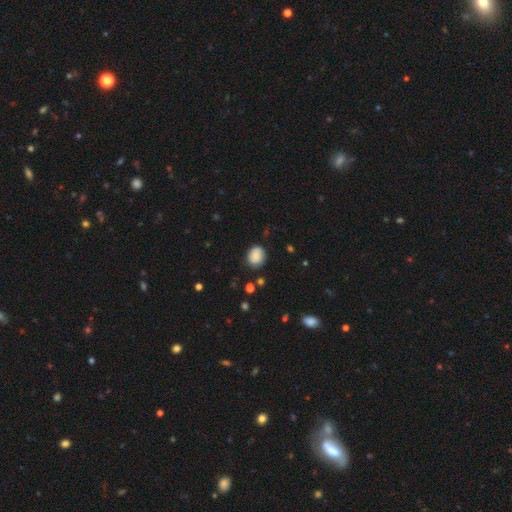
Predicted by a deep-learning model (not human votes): Smooth or featured? Predicted: smooth (p=0.84). How rounded? Predicted: round (p=0.67). Merging? Predicted: none (p=0.79).